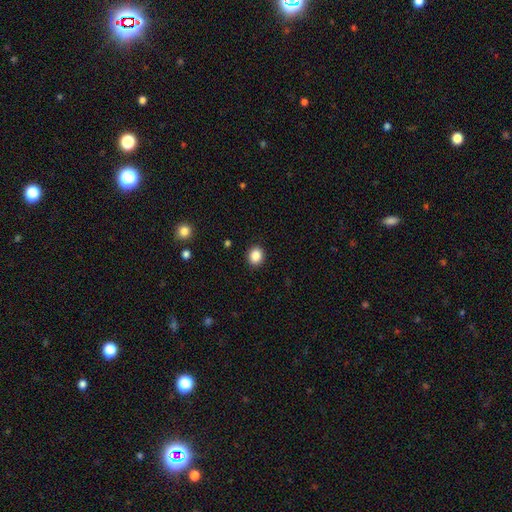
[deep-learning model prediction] A smooth galaxy with no disk features (87%) that is round (68%).

Vote fractions:
- Smooth or featured? smooth: 87% / star or artifact: 9% / featured or disk: 4%
- How rounded? round: 68% / in between: 31% / cigar-shaped: 1%
- Merging? none: 91% / minor disturbance: 6% / major disturbance: 2% / merger: 1%